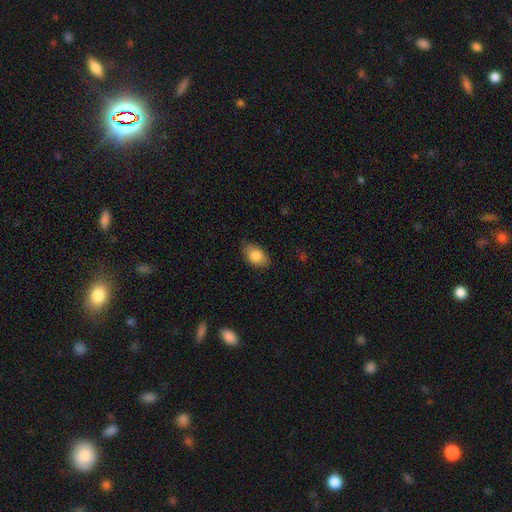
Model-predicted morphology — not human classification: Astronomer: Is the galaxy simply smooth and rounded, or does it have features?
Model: smooth — 82%.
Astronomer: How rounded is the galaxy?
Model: in between — 91%.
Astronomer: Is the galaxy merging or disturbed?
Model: none — 82%.